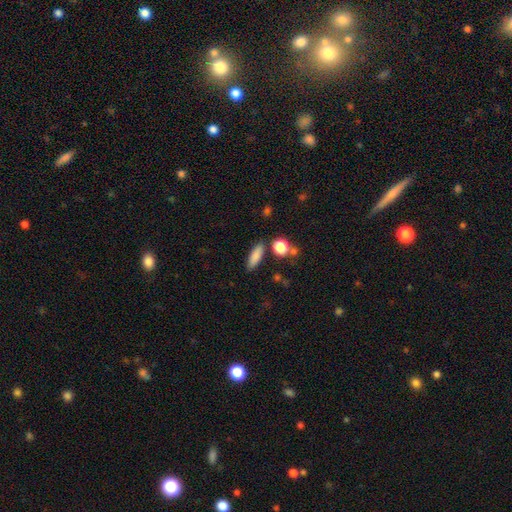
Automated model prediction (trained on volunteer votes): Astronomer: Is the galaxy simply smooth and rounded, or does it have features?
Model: smooth — 84%.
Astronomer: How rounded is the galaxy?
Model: in between — 52% (runner-up: cigar-shaped, 42%).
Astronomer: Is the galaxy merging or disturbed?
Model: none — 82%.